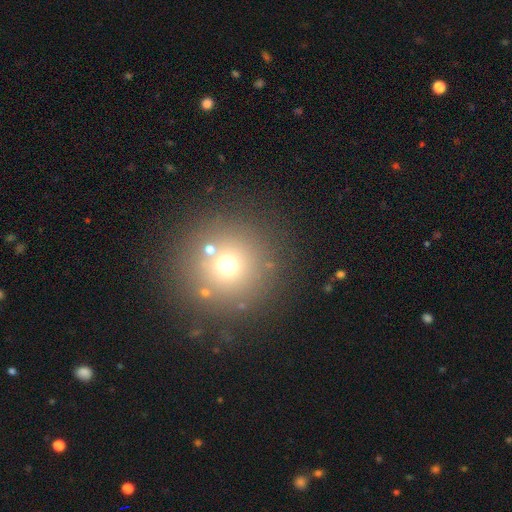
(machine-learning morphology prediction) Smooth or featured?
  - smooth: 60% *
  - star or artifact: 27%
  - featured or disk: 12%
How rounded?
  - round: 95% *
  - in between: 4%
  - cigar-shaped: 1%
Merging?
  - none: 81% *
  - merger: 8%
  - minor disturbance: 7%
  - major disturbance: 4%